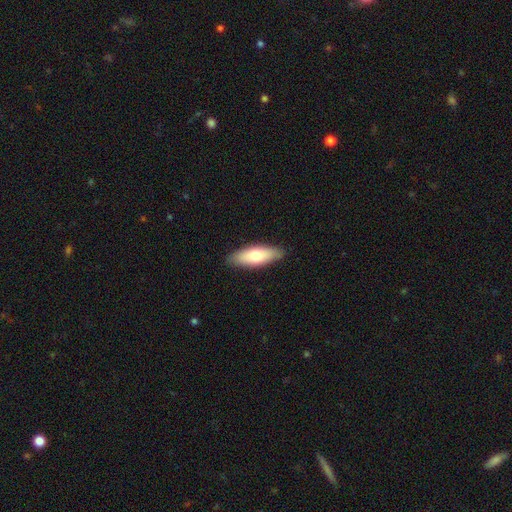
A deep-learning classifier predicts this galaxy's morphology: A smooth galaxy with no disk features (70%) that is in between round and cigar-shaped (64%). Merging: none (87%).